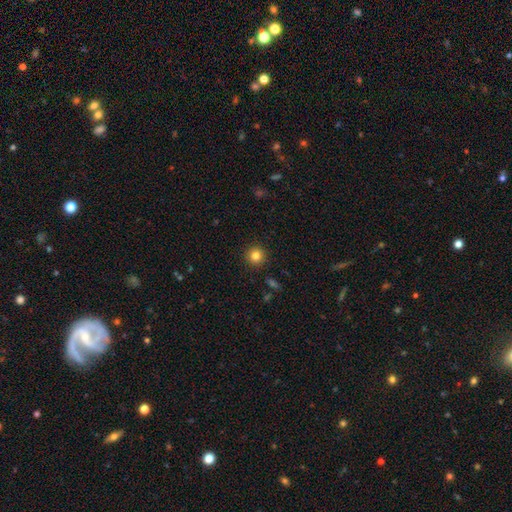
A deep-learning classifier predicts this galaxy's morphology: A smooth galaxy with no disk features (83%) that is round (95%).

Vote fractions:
- Smooth or featured? smooth: 83% / star or artifact: 12% / featured or disk: 6%
- How rounded? round: 95% / in between: 4% / cigar-shaped: 1%
- Merging? none: 92% / minor disturbance: 5% / major disturbance: 2% / merger: 1%